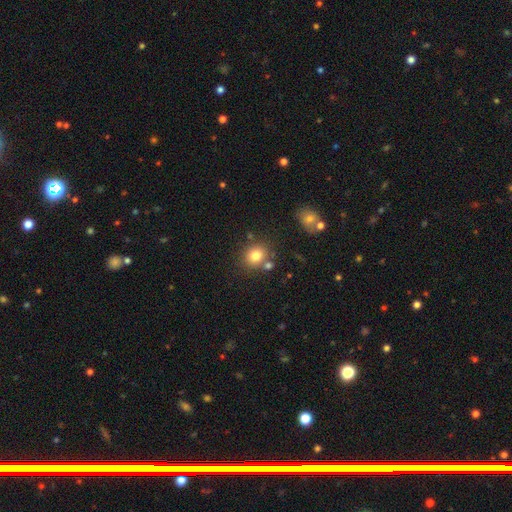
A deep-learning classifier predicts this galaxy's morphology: A smooth galaxy with no disk features (80%) that is round (70%).

Vote fractions:
- Smooth or featured? smooth: 80% / star or artifact: 11% / featured or disk: 9%
- How rounded? round: 70% / in between: 29% / cigar-shaped: 1%
- Merging? none: 72% / merger: 13% / minor disturbance: 11% / major disturbance: 3%